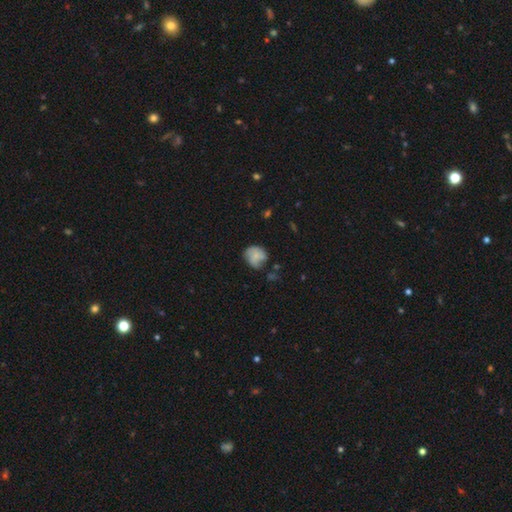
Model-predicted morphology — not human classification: Overall: smooth (67%). How rounded: round (71%). Merging: none (49%; minor disturbance 32%).